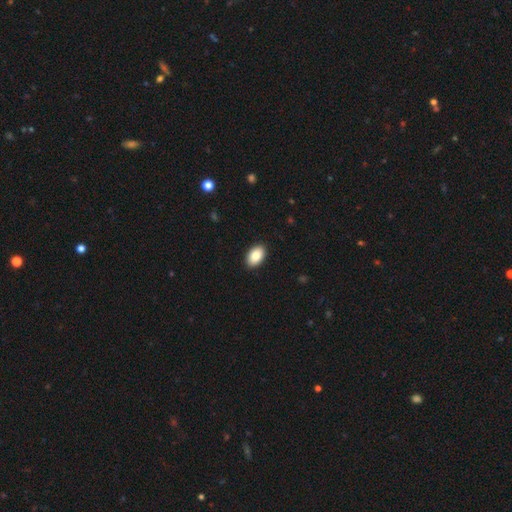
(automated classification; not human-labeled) smooth-or-featured: smooth: 86% | featured or disk: 7% | star or artifact: 7%
  how-rounded: in between: 93% | round: 6% | cigar-shaped: 1%
  merging: none: 91% | minor disturbance: 6% | major disturbance: 2% | merger: 1%